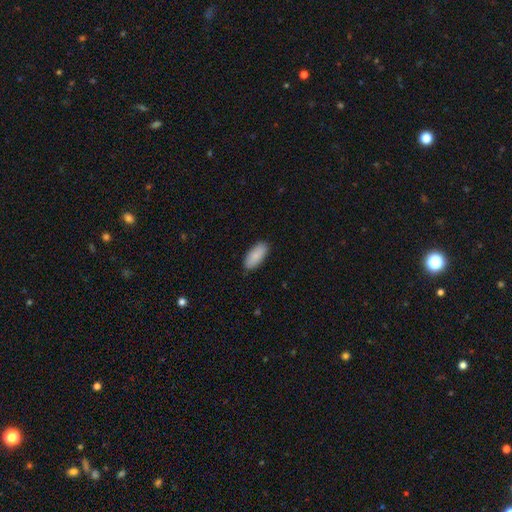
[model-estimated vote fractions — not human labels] smooth 88%, featured or disk 6%, star or artifact 6%. Down the decision tree: how rounded — in between (89%); merging — none (88%).